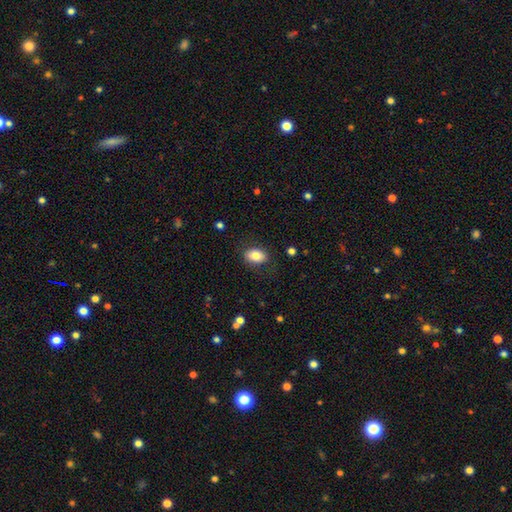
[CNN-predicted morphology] smooth 82%, featured or disk 10%, star or artifact 8%. Down the decision tree: how rounded — in between (86%); merging — none (83%).